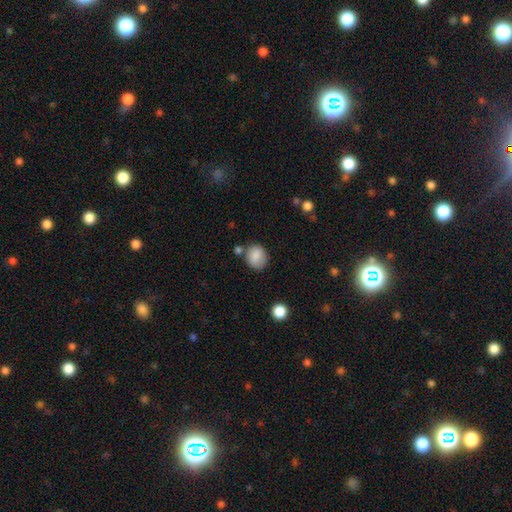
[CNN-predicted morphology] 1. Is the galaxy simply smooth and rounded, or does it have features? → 85% smooth, 8% star or artifact, 6% featured or disk.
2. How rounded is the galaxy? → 63% round, 36% in between, 1% cigar-shaped.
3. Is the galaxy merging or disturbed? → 69% none, 17% minor disturbance, 9% merger, 5% major disturbance.